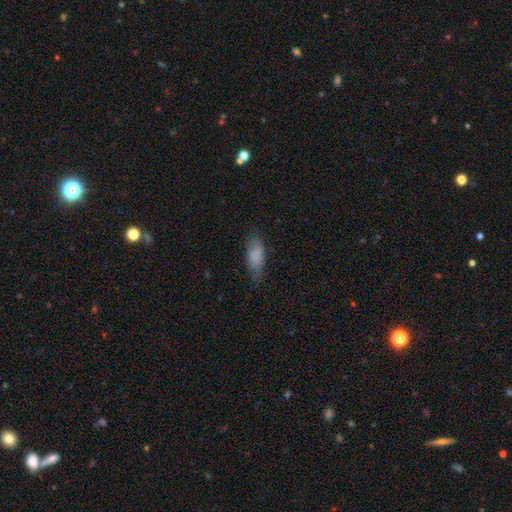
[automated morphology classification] Overall: smooth (82%). How rounded: in between (77%). Merging: none (68%).